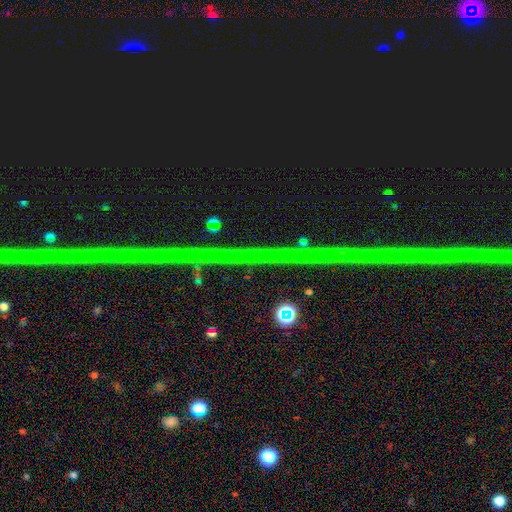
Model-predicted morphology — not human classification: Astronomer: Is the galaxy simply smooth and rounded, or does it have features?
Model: star or artifact — 89%.